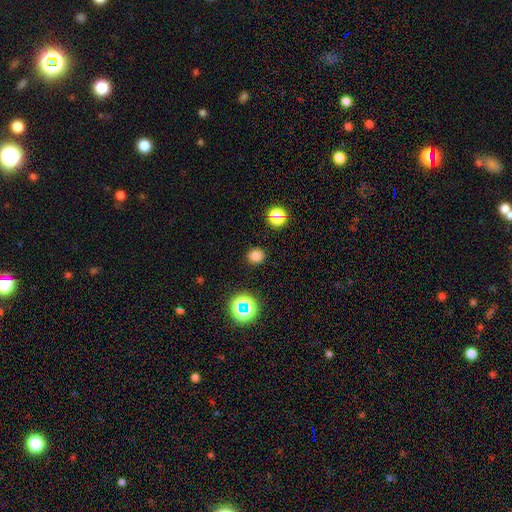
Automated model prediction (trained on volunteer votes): Smooth or featured? Predicted: smooth (p=0.77). How rounded? Predicted: round (p=0.82). Merging? Predicted: none (p=0.89).